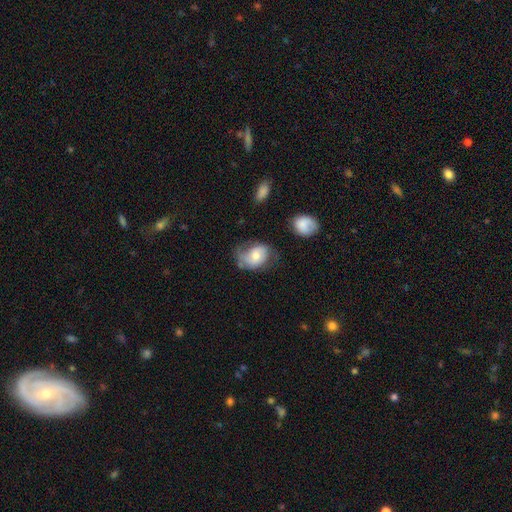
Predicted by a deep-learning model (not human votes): Q: Smooth or featured?
A: smooth (47%); runner-up: featured or disk (45%)
Q: Merging?
A: none (42%); runner-up: minor disturbance (32%)